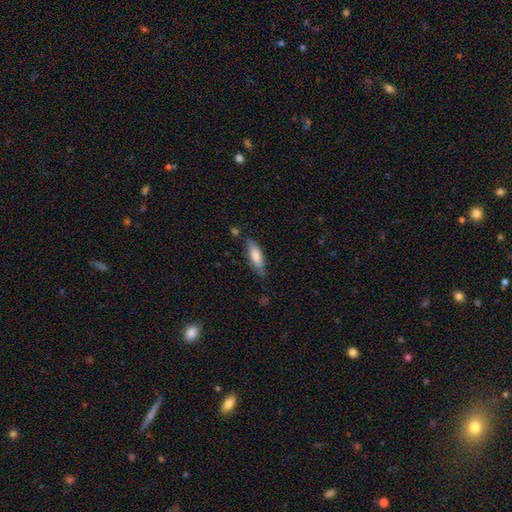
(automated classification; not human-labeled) Smooth or featured: smooth — 72% (featured or disk — 22%)
How rounded: in between — 50% (cigar-shaped — 48%)
Merging: none — 76% (minor disturbance — 18%)